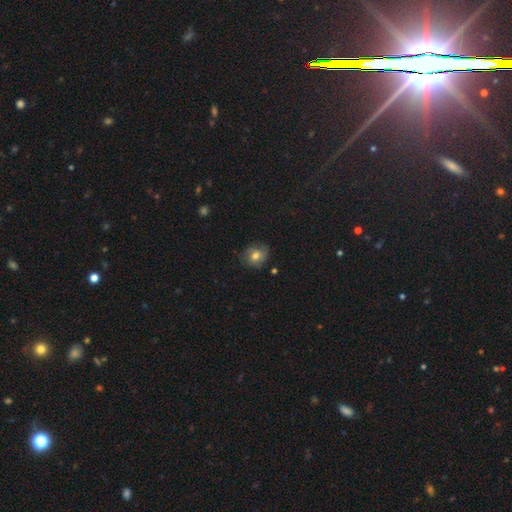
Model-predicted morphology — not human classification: type=smooth (68%); roundness=round (68%); merging=none (70%).